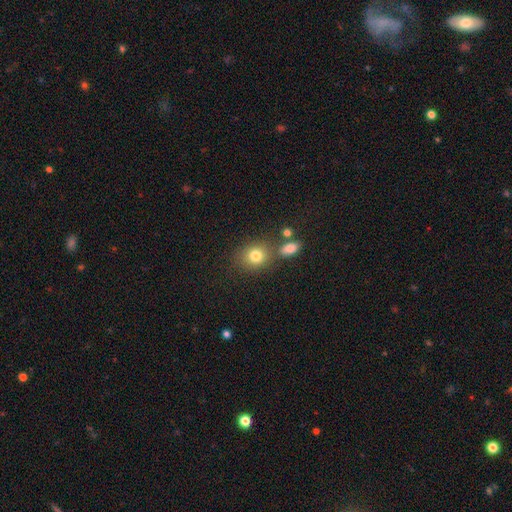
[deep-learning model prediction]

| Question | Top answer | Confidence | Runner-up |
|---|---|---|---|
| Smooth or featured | smooth | 80% | star or artifact (12%) |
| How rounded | round | 67% | in between (32%) |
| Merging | none | 68% | merger (14%) |